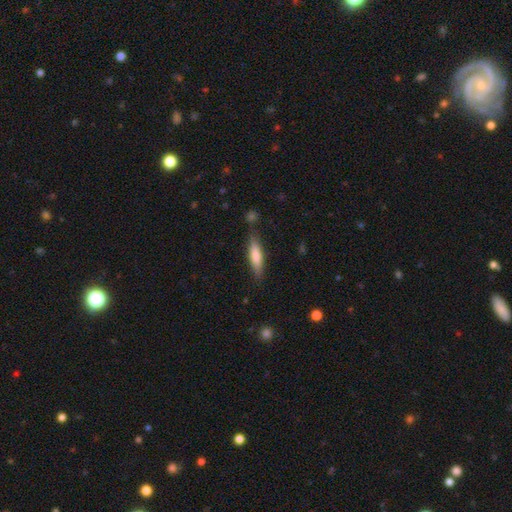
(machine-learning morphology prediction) This is likely a smooth galaxy (76%). How rounded: likely cigar-shaped (71%). Merging: likely none (79%).